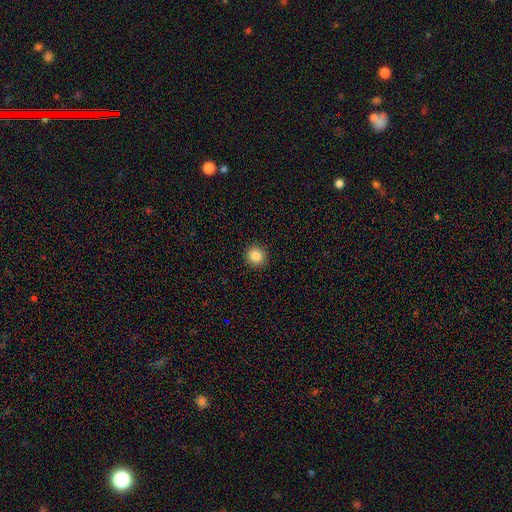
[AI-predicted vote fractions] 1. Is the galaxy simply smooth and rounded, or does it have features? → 84% smooth, 10% star or artifact, 5% featured or disk.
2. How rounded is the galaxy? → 89% round, 10% in between, 1% cigar-shaped.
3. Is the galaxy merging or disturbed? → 92% none, 5% minor disturbance, 2% major disturbance, 1% merger.